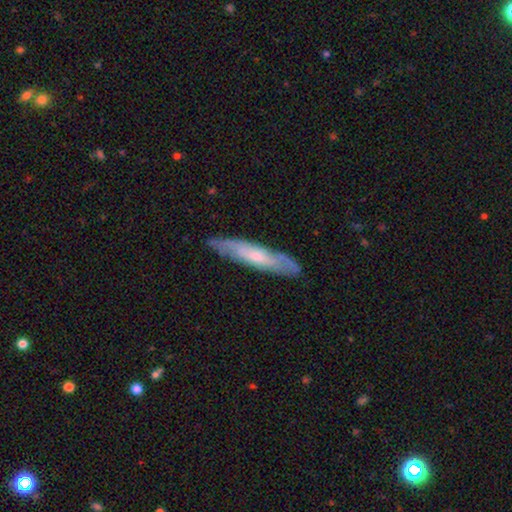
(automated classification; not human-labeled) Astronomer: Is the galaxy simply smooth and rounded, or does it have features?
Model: featured or disk — 57% (runner-up: smooth, 38%).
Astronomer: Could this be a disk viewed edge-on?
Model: yes — 57% (runner-up: no, 43%).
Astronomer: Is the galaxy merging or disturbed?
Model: none — 81%.